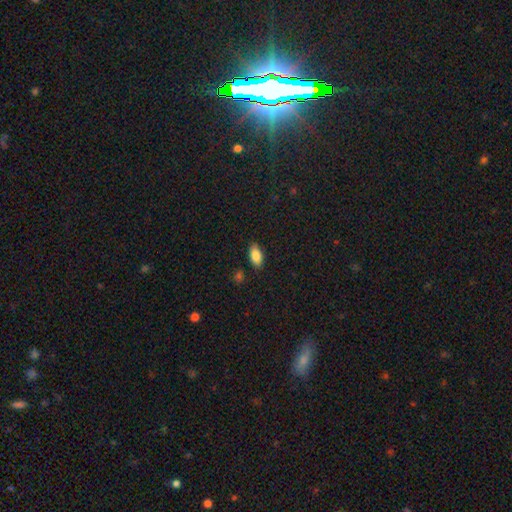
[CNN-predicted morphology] Overall: smooth (86%). How rounded: in between (92%). Merging: none (86%).